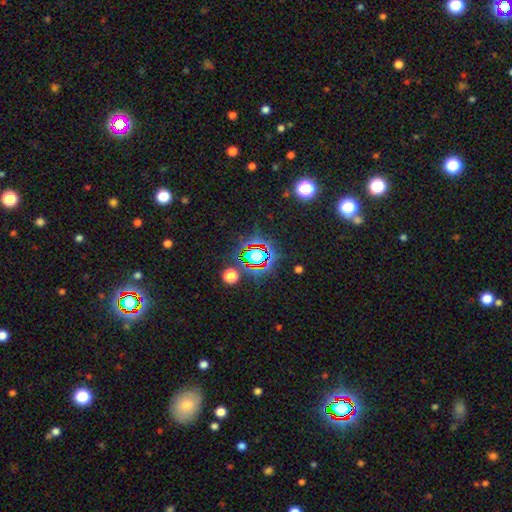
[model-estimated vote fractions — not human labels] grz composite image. It shows a star or artifact, not a galaxy (72%).